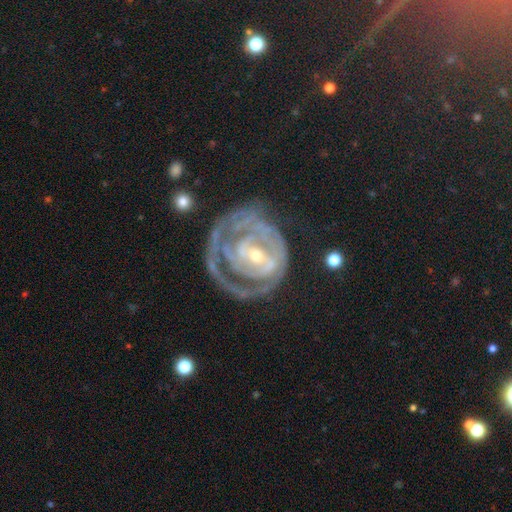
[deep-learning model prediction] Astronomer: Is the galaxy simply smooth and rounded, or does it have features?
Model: featured or disk — 84%.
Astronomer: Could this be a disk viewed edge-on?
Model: no — 97%.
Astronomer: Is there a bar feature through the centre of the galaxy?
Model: weak — 42% (runner-up: no, 34%).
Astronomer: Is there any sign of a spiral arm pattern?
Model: yes — 84%.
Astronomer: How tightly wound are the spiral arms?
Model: tight — 69%.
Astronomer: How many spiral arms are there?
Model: can't tell — 35% (runner-up: 2, 25%).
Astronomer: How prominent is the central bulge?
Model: small — 62%.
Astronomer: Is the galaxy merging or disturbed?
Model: none — 48% (runner-up: major disturbance, 28%).